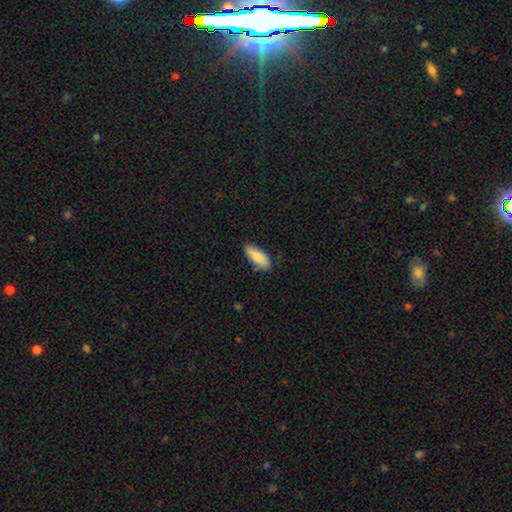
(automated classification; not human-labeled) Q: Smooth or featured?
A: smooth (84%); runner-up: featured or disk (11%)
Q: How rounded?
A: in between (79%); runner-up: cigar-shaped (19%)
Q: Merging?
A: none (80%); runner-up: minor disturbance (16%)